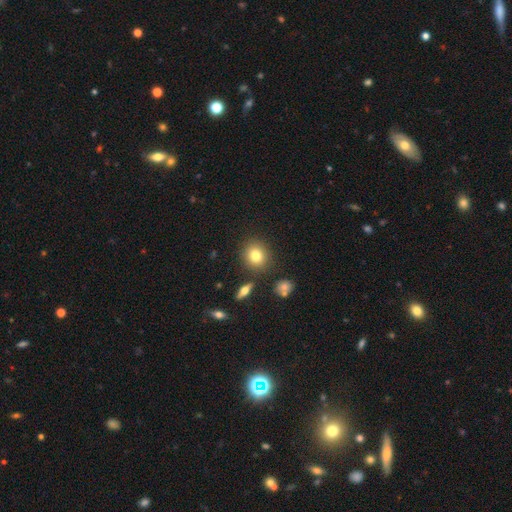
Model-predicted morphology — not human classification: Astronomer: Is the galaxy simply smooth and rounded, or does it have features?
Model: smooth — 79%.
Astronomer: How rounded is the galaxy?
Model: round — 83%.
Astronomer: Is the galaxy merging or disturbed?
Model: none — 85%.